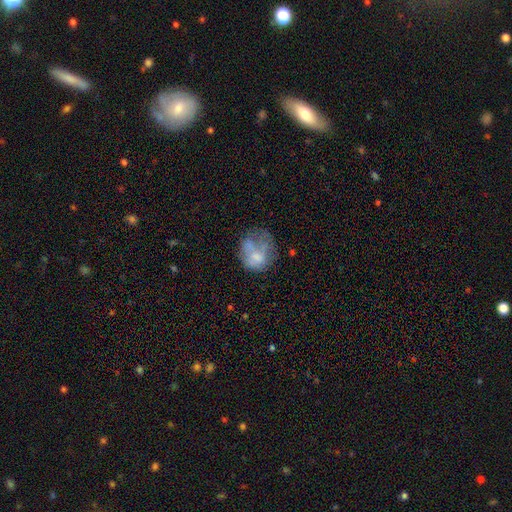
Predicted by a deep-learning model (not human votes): This is possibly a smooth galaxy (55%). How rounded: likely round (61%). Merging: marginally major disturbance (34%).